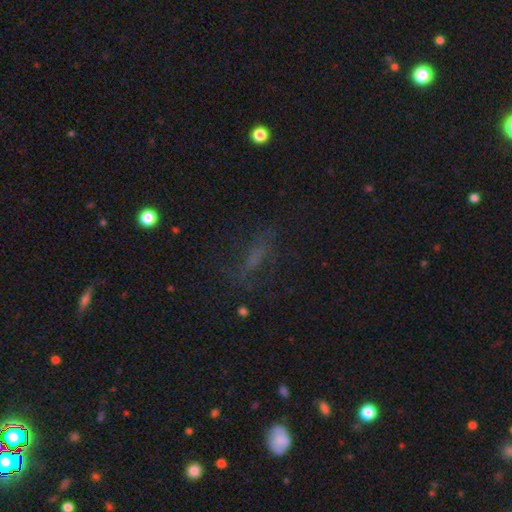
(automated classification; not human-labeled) A smooth galaxy with no disk features (43%).

Vote fractions:
- Smooth or featured? smooth: 43% / star or artifact: 29% / featured or disk: 28%
- Merging? none: 58% / major disturbance: 20% / minor disturbance: 19% / merger: 3%